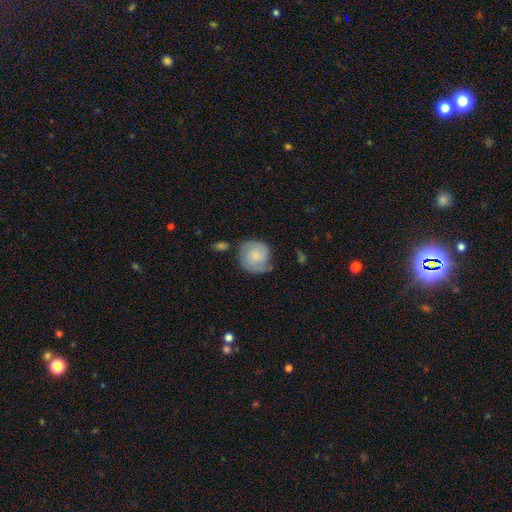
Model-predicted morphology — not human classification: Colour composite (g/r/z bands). It shows a featured or disk galaxy (61%) with no bar (61%), 2 (73%) tight (52%) spiral arms (93%) and a small central bulge (45%). Merging: none (65%).